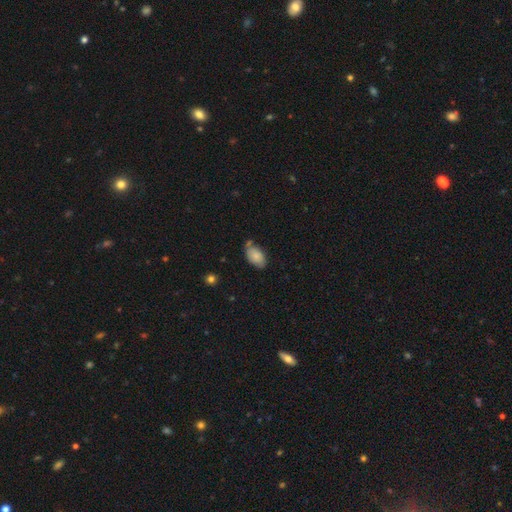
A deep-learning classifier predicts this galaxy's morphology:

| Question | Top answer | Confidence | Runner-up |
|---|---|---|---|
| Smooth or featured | smooth | 81% | featured or disk (12%) |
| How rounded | in between | 93% | round (5%) |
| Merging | none | 62% | minor disturbance (24%) |